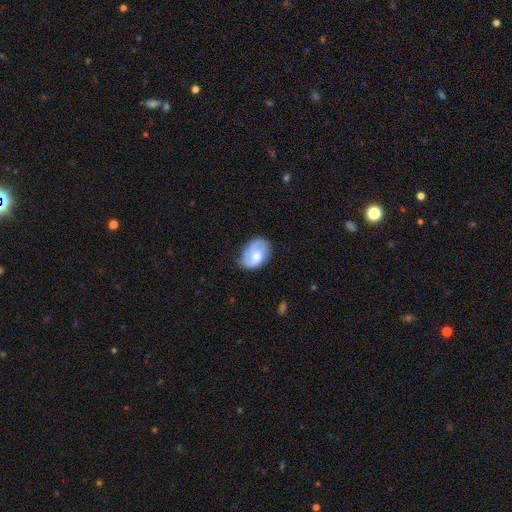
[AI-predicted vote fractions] Smooth or featured?
  - featured or disk: 51% *
  - smooth: 43%
  - star or artifact: 7%
Edge-on disk?
  - no: 96% *
  - yes: 4%
Merging?
  - none: 63% *
  - minor disturbance: 26%
  - major disturbance: 10%
  - merger: 2%